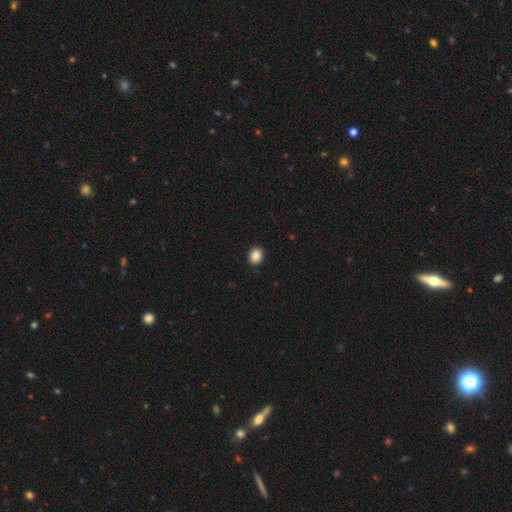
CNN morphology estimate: A smooth galaxy with no disk features (86%) that is round (56%).

Vote fractions:
- Smooth or featured? smooth: 86% / star or artifact: 9% / featured or disk: 4%
- How rounded? round: 56% / in between: 43% / cigar-shaped: 1%
- Merging? none: 91% / minor disturbance: 6% / major disturbance: 2% / merger: 1%